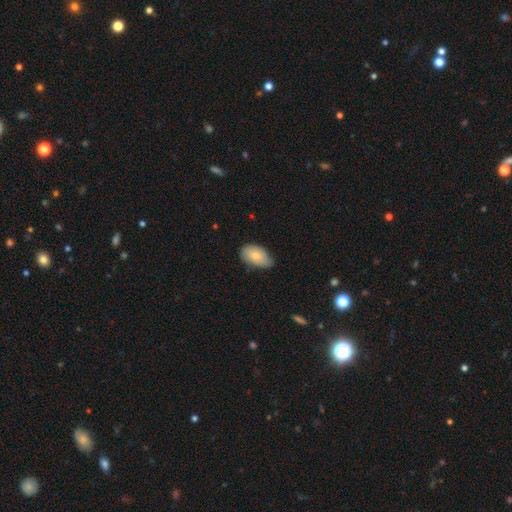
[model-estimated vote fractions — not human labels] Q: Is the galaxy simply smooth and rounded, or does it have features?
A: smooth — 78%.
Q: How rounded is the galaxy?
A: in between — 93%.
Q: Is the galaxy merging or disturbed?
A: none — 63%.